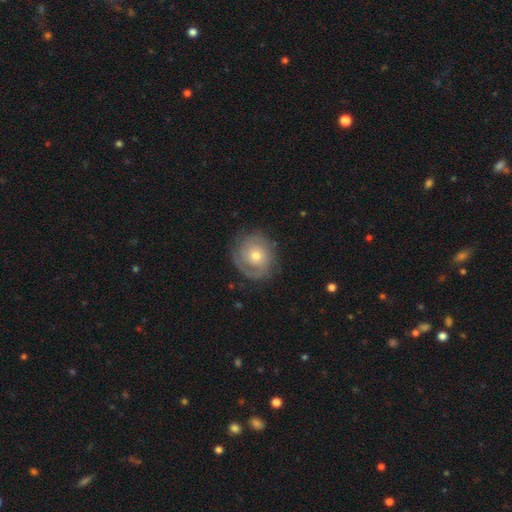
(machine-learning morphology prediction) The model was most divided on "bulge size": moderate: 57%, small: 38%, large: 3%, none: 1%, dominant: 1%. More confident: edge-on disk — no (97%); bar — no (82%); spiral arms — yes (81%); merging — none (78%); smooth or featured — featured or disk (63%).